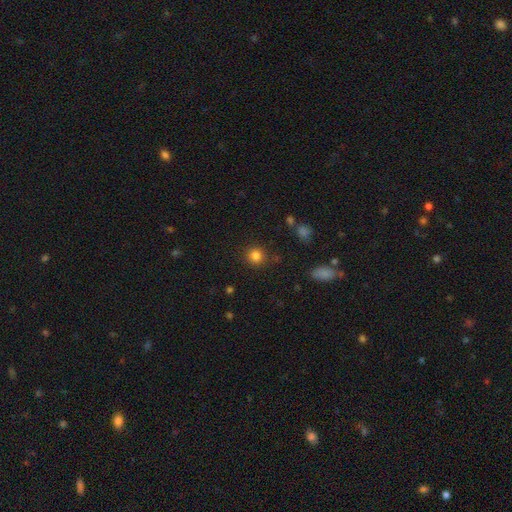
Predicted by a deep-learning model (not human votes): smooth 82%, star or artifact 13%, featured or disk 5%. Down the decision tree: how rounded — round (91%); merging — none (87%).